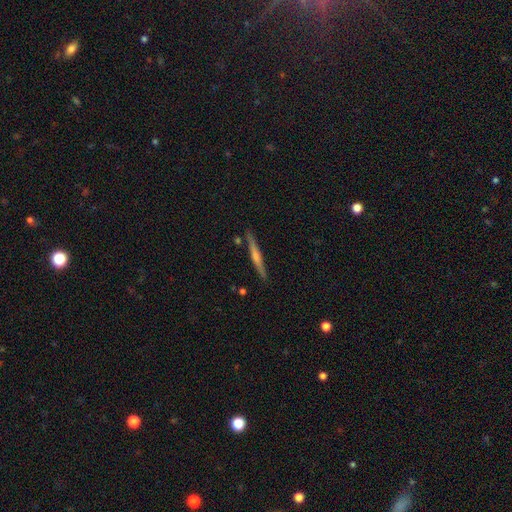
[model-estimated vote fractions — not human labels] This appears to be a featured or disk galaxy (62%) viewed edge-on (98%) with a rounded central bulge (55%). Merging: none (89%).